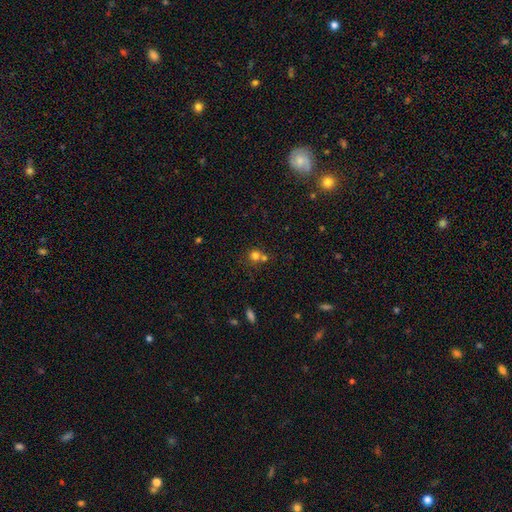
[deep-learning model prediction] The model was most divided on "merging": none: 48%, merger: 41%, minor disturbance: 8%, major disturbance: 4%. More confident: how rounded — round (86%); smooth or featured — smooth (75%).